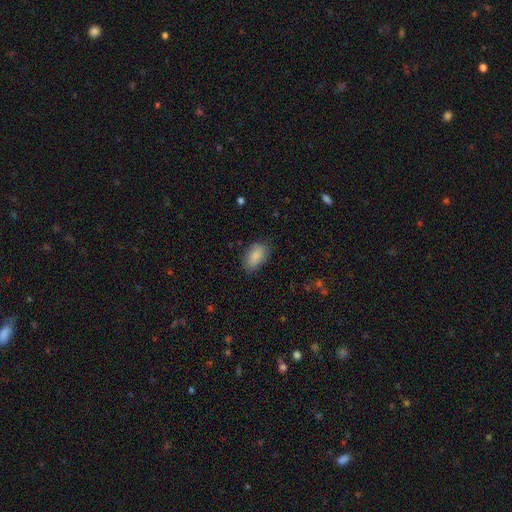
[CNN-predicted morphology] The model was most divided on "merging": none: 79%, minor disturbance: 16%, major disturbance: 4%, merger: 1%. More confident: how rounded — in between (92%); smooth or featured — smooth (88%).